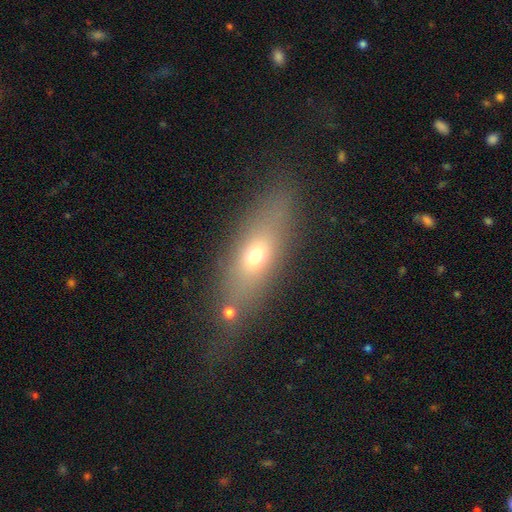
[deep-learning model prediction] Smooth or featured? Predicted: smooth (p=0.61). How rounded? Predicted: in between (p=0.57). Merging? Predicted: none (p=0.70).